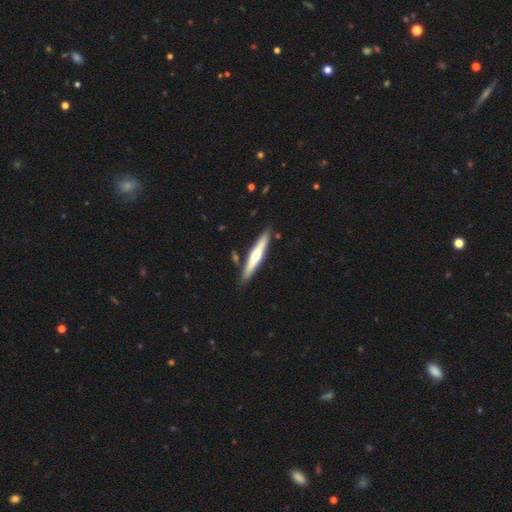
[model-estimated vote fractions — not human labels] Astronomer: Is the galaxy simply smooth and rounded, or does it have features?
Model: featured or disk — 59% (runner-up: smooth, 36%).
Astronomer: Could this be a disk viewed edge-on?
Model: yes — 96%.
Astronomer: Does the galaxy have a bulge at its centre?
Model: rounded — 88%.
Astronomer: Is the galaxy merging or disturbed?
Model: none — 86%.